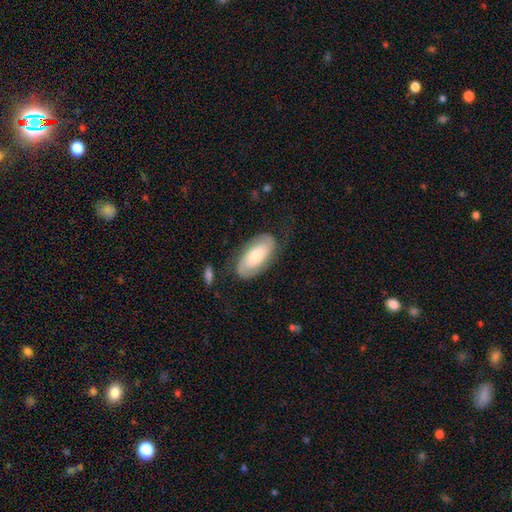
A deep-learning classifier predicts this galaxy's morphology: The model was most divided on "smooth or featured": featured or disk: 55%, smooth: 39%, star or artifact: 6%. More confident: edge-on disk — no (93%); spiral arms — yes (83%); merging — none (73%); bar — no (65%); bulge size — moderate (56%).